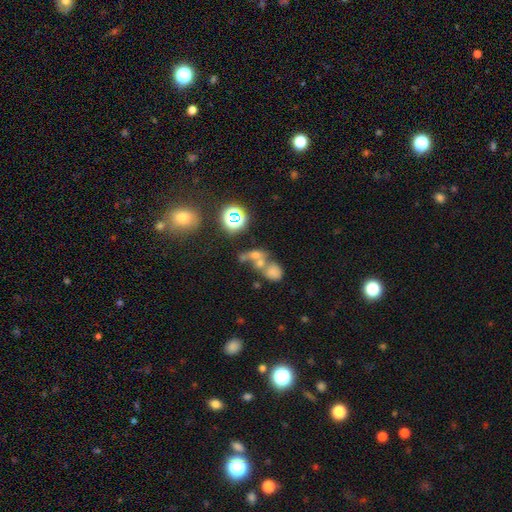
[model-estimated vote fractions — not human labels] Smooth or featured? smooth (48%)
Merging? merger (51%)